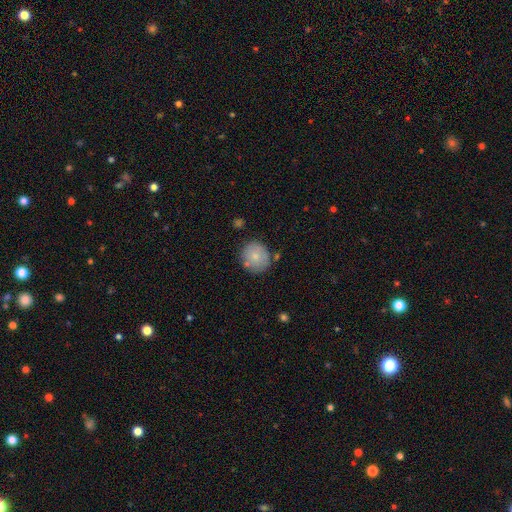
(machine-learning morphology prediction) This is likely a smooth galaxy (76%). How rounded: clearly round (88%). Merging: likely none (75%).